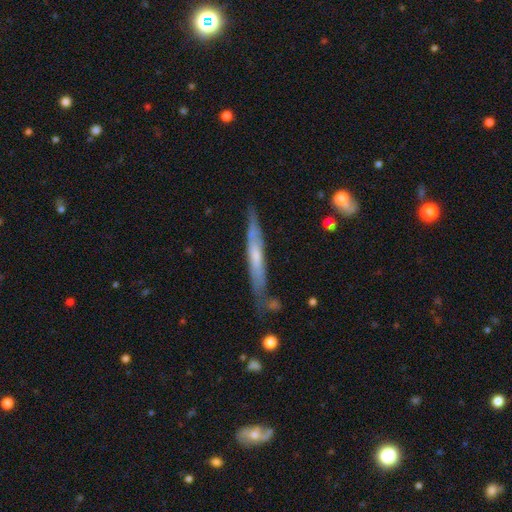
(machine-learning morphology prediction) Q: Smooth or featured?
A: featured or disk (56%); runner-up: smooth (38%)
Q: Edge-on disk?
A: yes (85%); runner-up: no (15%)
Q: Merging?
A: none (73%); runner-up: minor disturbance (19%)